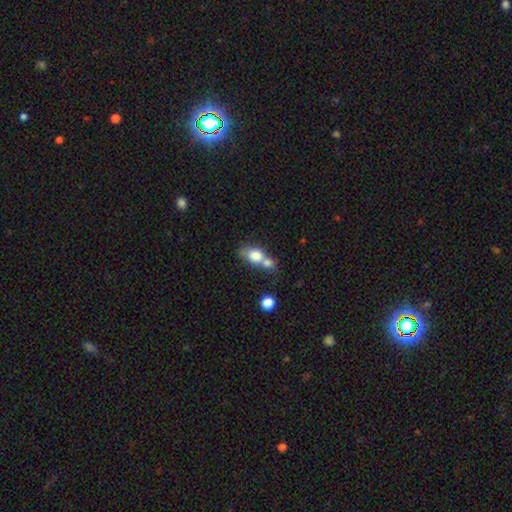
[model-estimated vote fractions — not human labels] Smooth or featured? smooth (75%)
How rounded? in between (65%)
Merging? merger (61%)